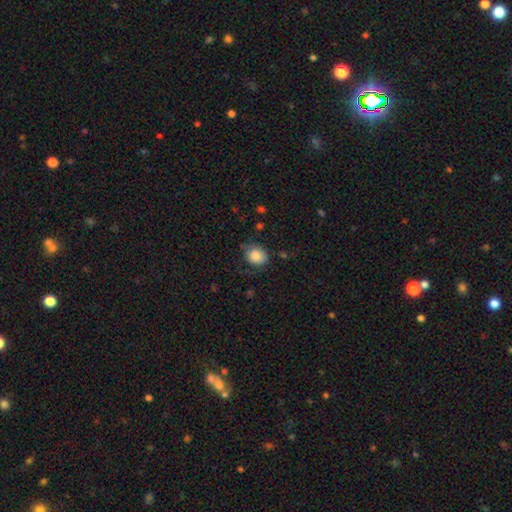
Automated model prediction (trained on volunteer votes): A smooth galaxy with no disk features (83%) that is round (66%).

Vote fractions:
- Smooth or featured? smooth: 83% / star or artifact: 9% / featured or disk: 8%
- How rounded? round: 66% / in between: 33% / cigar-shaped: 1%
- Merging? none: 69% / minor disturbance: 22% / major disturbance: 7% / merger: 2%